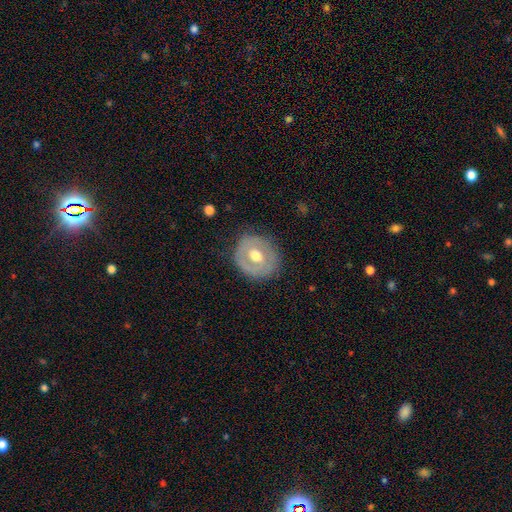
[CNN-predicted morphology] Smooth or featured? featured or disk (51%)
Edge-on disk? no (95%)
Merging? none (79%)